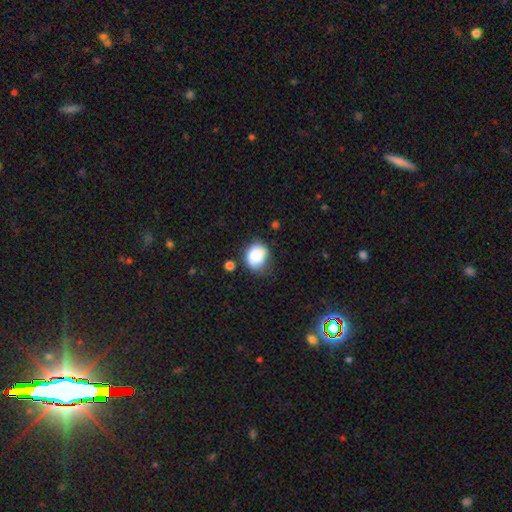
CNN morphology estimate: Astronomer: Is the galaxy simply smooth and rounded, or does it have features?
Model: smooth — 83%.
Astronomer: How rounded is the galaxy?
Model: round — 52% (runner-up: in between, 47%).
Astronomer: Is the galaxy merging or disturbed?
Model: none — 59%.